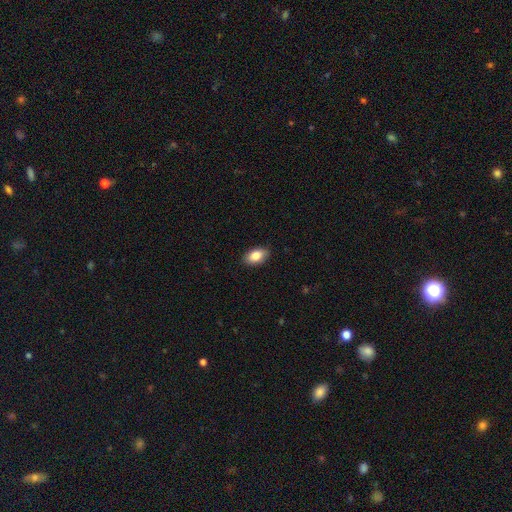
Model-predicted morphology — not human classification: This appears to be a smooth galaxy with no disk features (85%) that is in between round and cigar-shaped (92%). Merging: none (88%).